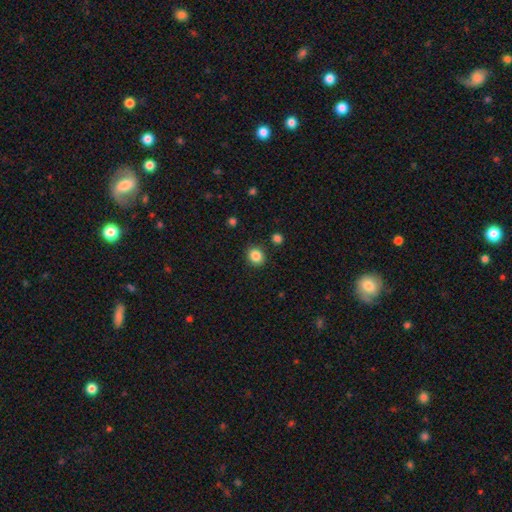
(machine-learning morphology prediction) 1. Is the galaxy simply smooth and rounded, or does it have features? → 85% smooth, 10% star or artifact, 4% featured or disk.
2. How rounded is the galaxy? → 76% round, 23% in between, 1% cigar-shaped.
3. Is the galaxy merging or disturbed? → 88% none, 8% minor disturbance, 3% merger, 2% major disturbance.